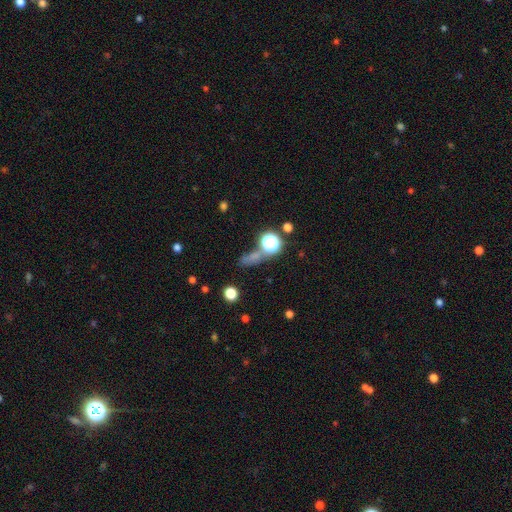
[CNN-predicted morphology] type=star or artifact (45%).